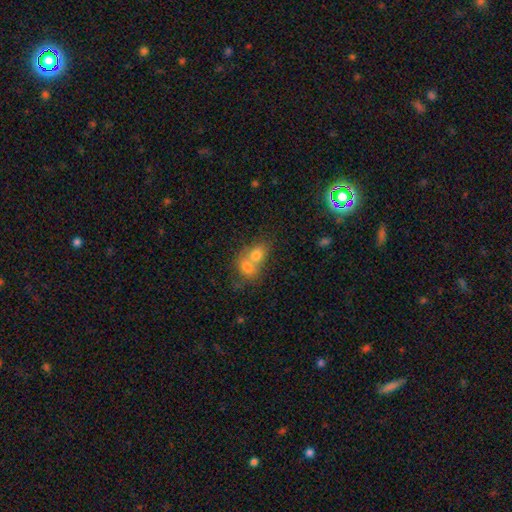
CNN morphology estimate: This is likely a smooth galaxy (70%). How rounded: possibly round (55%). Merging: likely merger (71%).